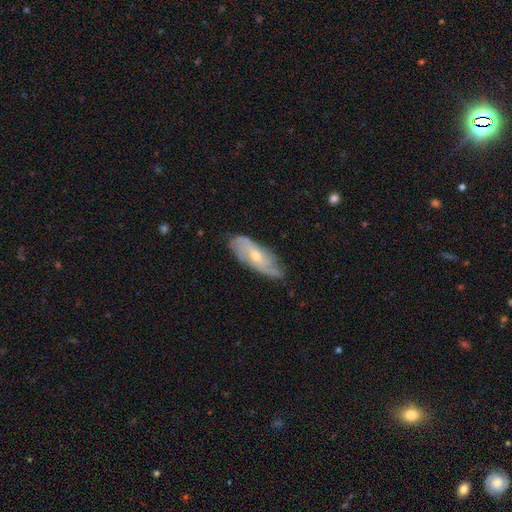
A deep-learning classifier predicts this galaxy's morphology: A featured or disk galaxy (71%) with no bar (64%), 2 (41%) medium (38%) spiral arms (87%) and a small central bulge (54%).

Vote fractions:
- Smooth or featured? featured or disk: 71% / smooth: 22% / star or artifact: 7%
- Edge-on disk? no: 83% / yes: 17%
- Bar? no: 64% / weak: 29% / strong: 7%
- Spiral arms? yes: 87% / no: 13%
- Spiral winding? medium: 38% / tight: 35% / loose: 27%
- Spiral arm count? 2: 41% / can't tell: 34% / 3: 13% / 4: 5% / 1: 4% / more than 4: 3%
- Bulge size? small: 54% / moderate: 43% / large: 1% / none: 1% / dominant: 1%
- Merging? none: 74% / minor disturbance: 20% / major disturbance: 4% / merger: 1%